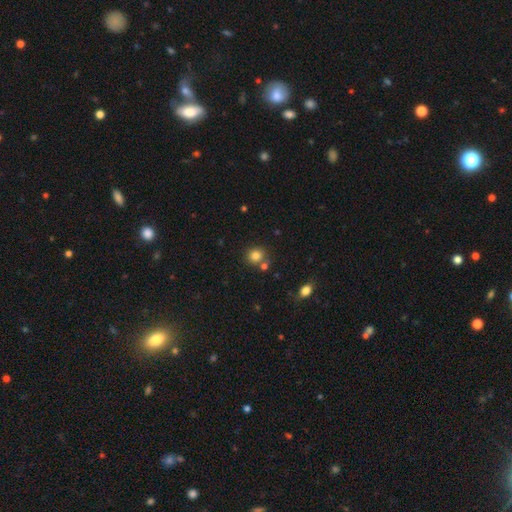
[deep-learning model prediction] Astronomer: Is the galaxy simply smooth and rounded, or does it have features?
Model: smooth — 82%.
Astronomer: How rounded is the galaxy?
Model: round — 83%.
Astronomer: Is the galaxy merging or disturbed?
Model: none — 71%.